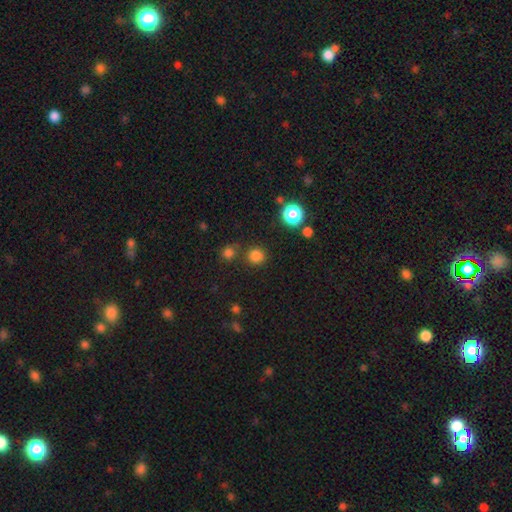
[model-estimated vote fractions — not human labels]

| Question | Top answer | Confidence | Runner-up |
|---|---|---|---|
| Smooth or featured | smooth | 79% | star or artifact (17%) |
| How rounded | round | 92% | in between (7%) |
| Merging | none | 82% | minor disturbance (8%) |